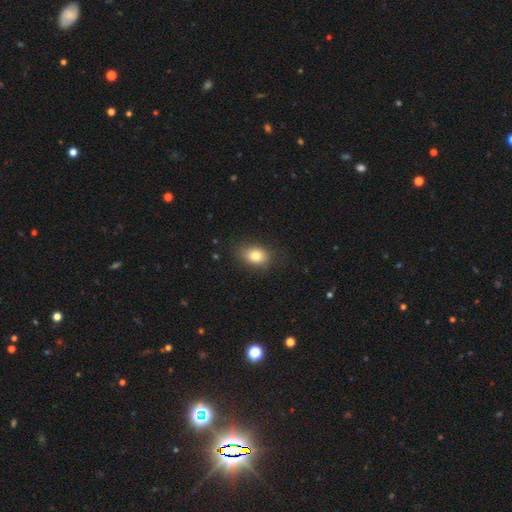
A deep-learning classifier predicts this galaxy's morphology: smooth-or-featured: smooth: 79% | featured or disk: 11% | star or artifact: 10%
  how-rounded: in between: 72% | round: 27% | cigar-shaped: 1%
  merging: none: 81% | minor disturbance: 14% | major disturbance: 4% | merger: 1%